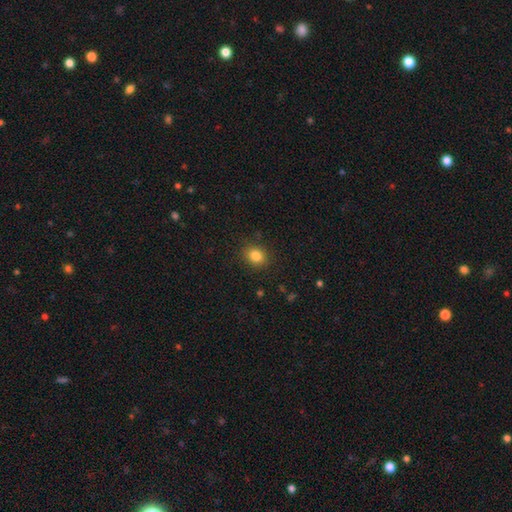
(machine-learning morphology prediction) Smooth or featured? smooth (84%)
How rounded? round (61%)
Merging? none (88%)